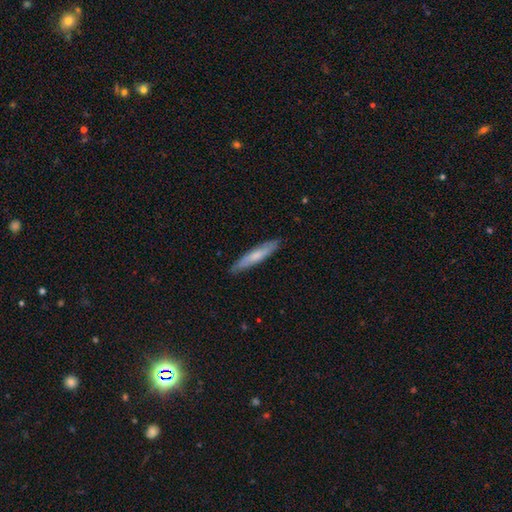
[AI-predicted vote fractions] The model was most divided on "smooth or featured": smooth: 63%, featured or disk: 31%, star or artifact: 5%. More confident: how rounded — cigar-shaped (91%); merging — none (87%).